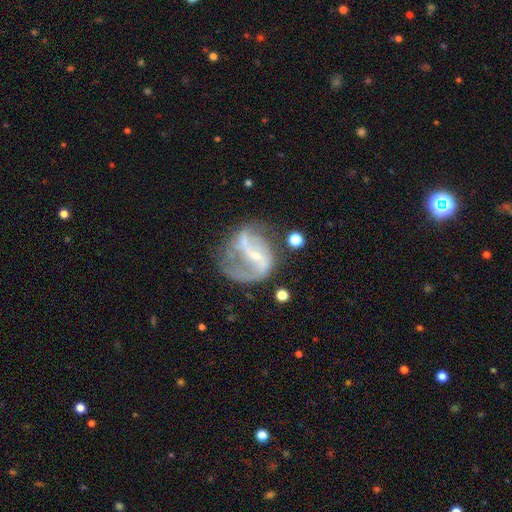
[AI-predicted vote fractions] Morphology: type=featured or disk (84%); edge-on=no (97%); bar=strong (43%); spiral arms=yes (90%); winding=loose (52%); arm count=2 (76%); bulge=small (76%); merging=none (48%).